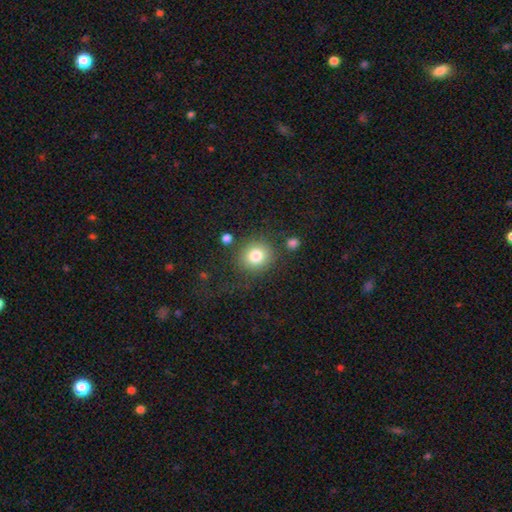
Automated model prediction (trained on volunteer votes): smooth 81%, star or artifact 11%, featured or disk 9%. Down the decision tree: how rounded — round (83%); merging — none (79%).